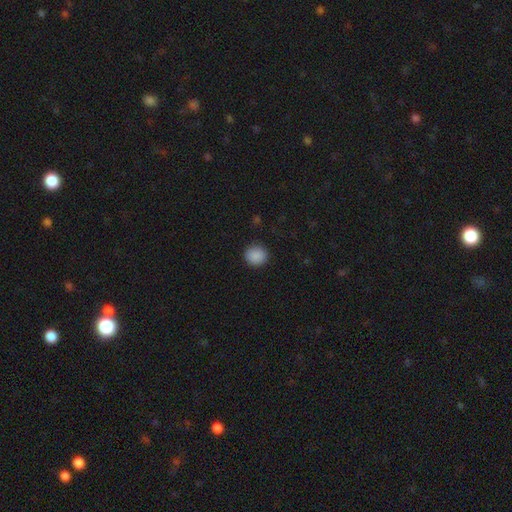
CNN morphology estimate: smooth_or_featured: smooth (p=0.89) [alt: star or artifact p=0.09]
how_rounded: round (p=0.88) [alt: in between p=0.11]
merging: none (p=0.90) [alt: minor disturbance p=0.07]